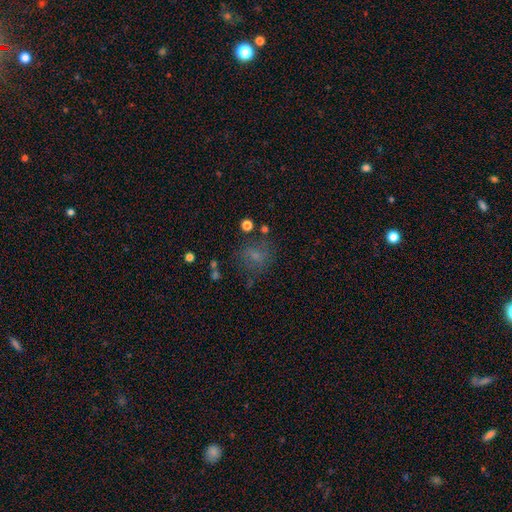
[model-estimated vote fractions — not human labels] Smooth or featured? smooth (61%)
How rounded? round (66%)
Merging? none (61%)